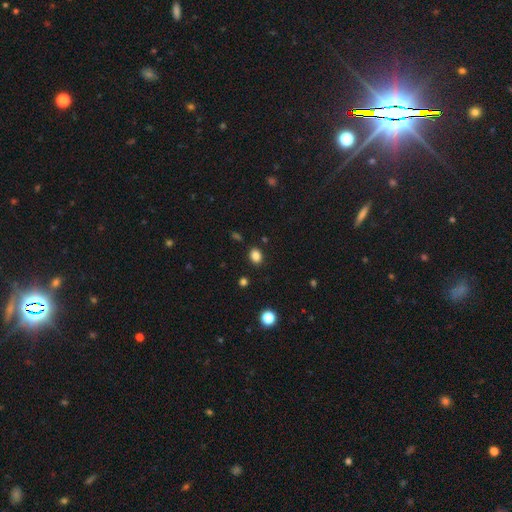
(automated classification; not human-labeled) This appears to be a smooth galaxy with no disk features (85%) that is in between round and cigar-shaped (57%). Merging: none (87%).